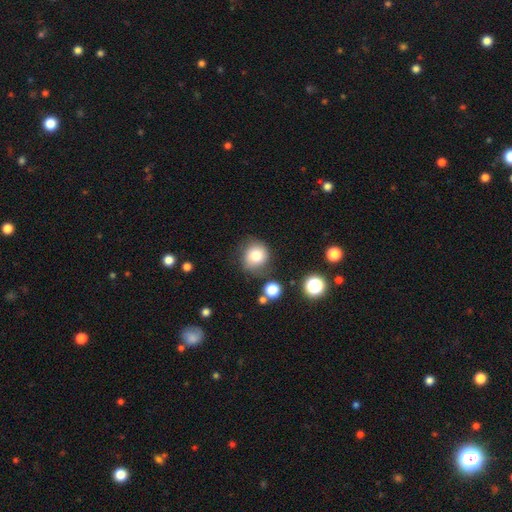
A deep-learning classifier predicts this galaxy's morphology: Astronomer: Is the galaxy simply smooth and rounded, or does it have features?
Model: smooth — 79%.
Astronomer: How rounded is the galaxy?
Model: round — 84%.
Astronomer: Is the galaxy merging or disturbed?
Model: none — 72%.